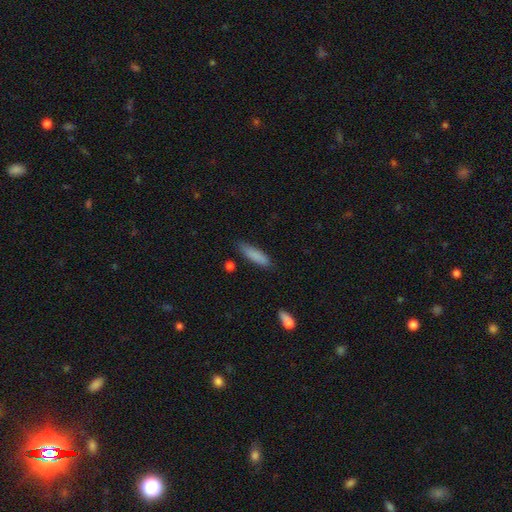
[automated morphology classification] Smooth or featured? Predicted: smooth (p=0.84). How rounded? Predicted: cigar-shaped (p=0.76). Merging? Predicted: none (p=0.81).